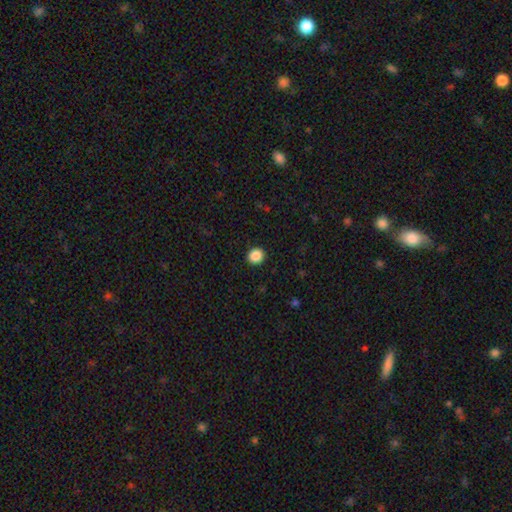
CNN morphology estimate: This appears to be a smooth galaxy with no disk features (89%) that is round (81%). Merging: none (92%).